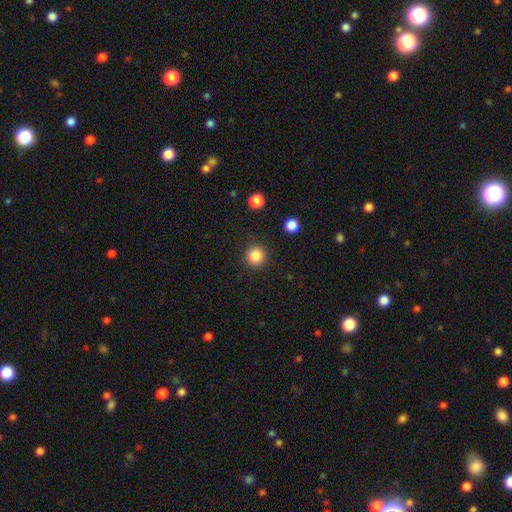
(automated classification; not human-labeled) A smooth galaxy with no disk features (85%) that is round (95%). Merging: none (90%).